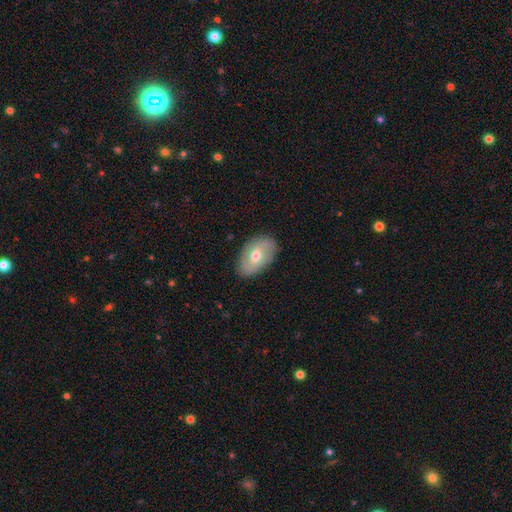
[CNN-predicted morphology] Smooth or featured: featured or disk — 52% (smooth — 42%)
Edge-on disk: no — 92% (yes — 8%)
Merging: none — 84% (minor disturbance — 12%)